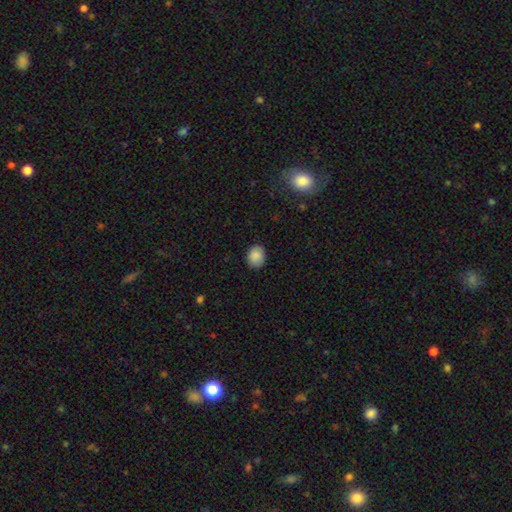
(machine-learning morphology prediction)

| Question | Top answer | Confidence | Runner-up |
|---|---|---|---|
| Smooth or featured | smooth | 88% | star or artifact (9%) |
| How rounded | round | 56% | in between (43%) |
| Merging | none | 87% | minor disturbance (10%) |